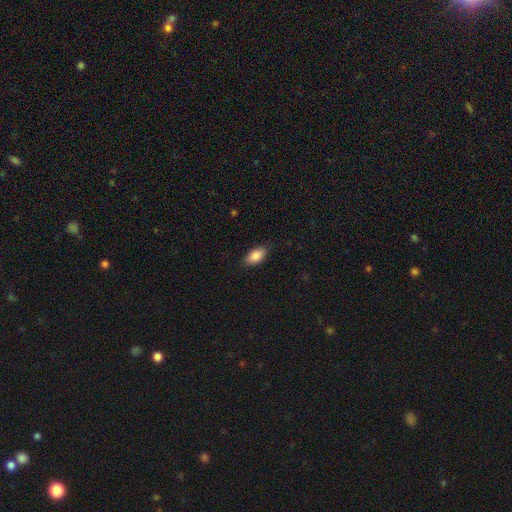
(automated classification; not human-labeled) smooth_or_featured: smooth (p=0.87) [alt: star or artifact p=0.07]
how_rounded: in between (p=0.91) [alt: cigar-shaped p=0.05]
merging: none (p=0.85) [alt: minor disturbance p=0.12]